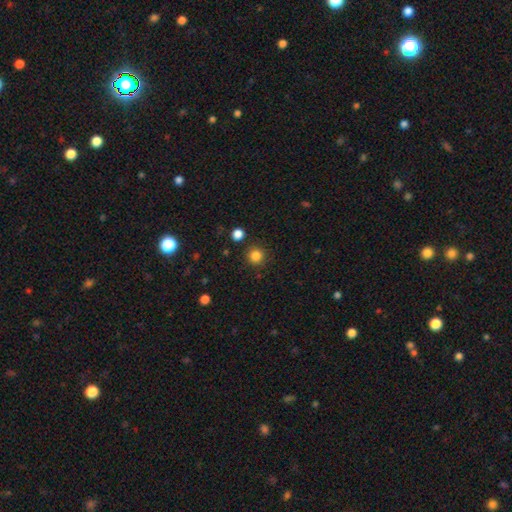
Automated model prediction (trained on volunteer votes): This appears to be a smooth galaxy with no disk features (84%) that is round (94%). Merging: none (89%).